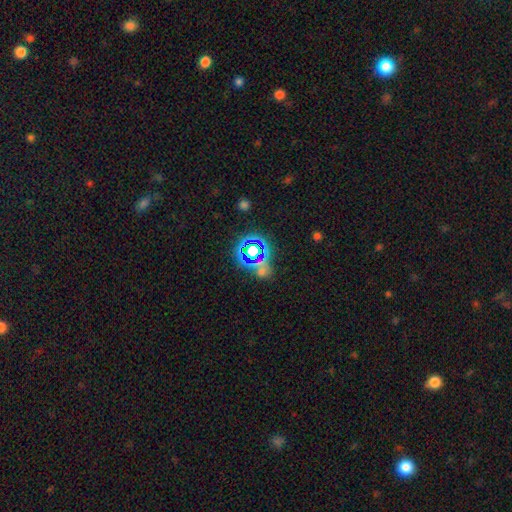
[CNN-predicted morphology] Q: Smooth or featured?
A: star or artifact (62%); runner-up: smooth (26%)